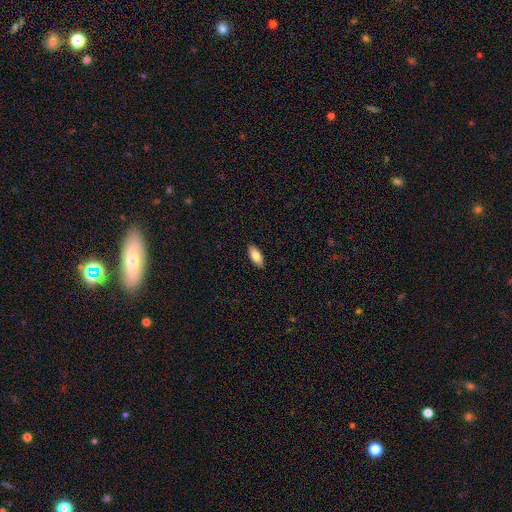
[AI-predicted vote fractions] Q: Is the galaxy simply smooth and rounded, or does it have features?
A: smooth — 83%.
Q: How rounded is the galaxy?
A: in between — 86%.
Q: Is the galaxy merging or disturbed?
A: none — 88%.